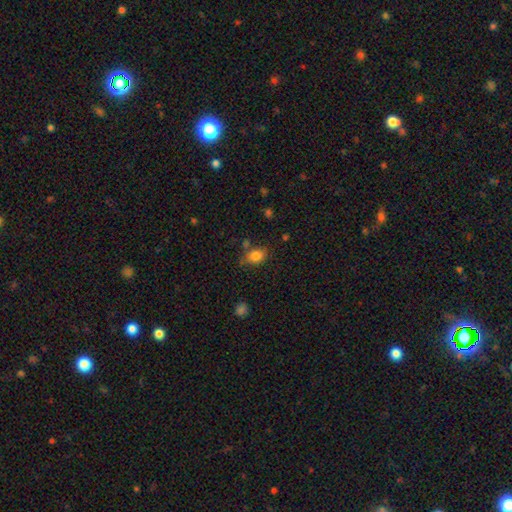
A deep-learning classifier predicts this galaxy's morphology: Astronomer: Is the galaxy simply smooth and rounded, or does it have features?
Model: smooth — 83%.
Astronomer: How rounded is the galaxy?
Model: in between — 73%.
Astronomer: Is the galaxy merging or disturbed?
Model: none — 69%.